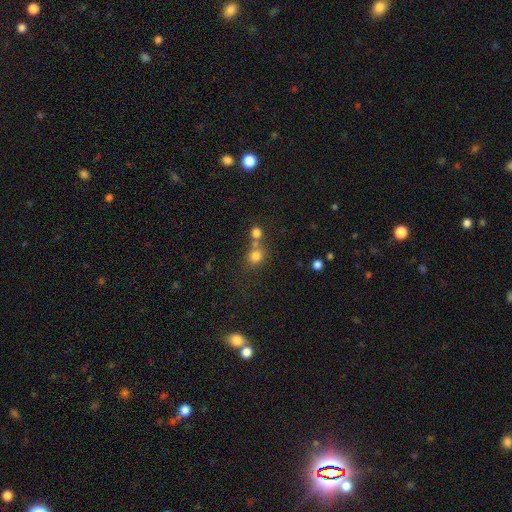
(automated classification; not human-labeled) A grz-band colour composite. It shows a smooth galaxy with no disk features (77%) that is round (83%). Merging: none (49%).